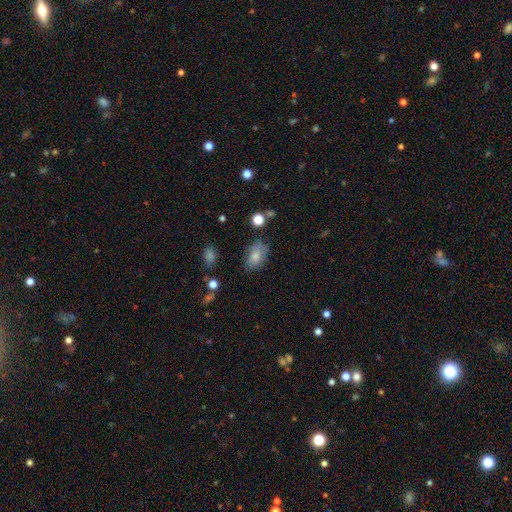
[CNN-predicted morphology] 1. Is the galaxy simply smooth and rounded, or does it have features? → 78% smooth, 13% featured or disk, 9% star or artifact.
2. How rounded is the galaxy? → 89% in between, 9% round, 2% cigar-shaped.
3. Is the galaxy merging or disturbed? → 69% none, 21% minor disturbance, 6% major disturbance, 4% merger.